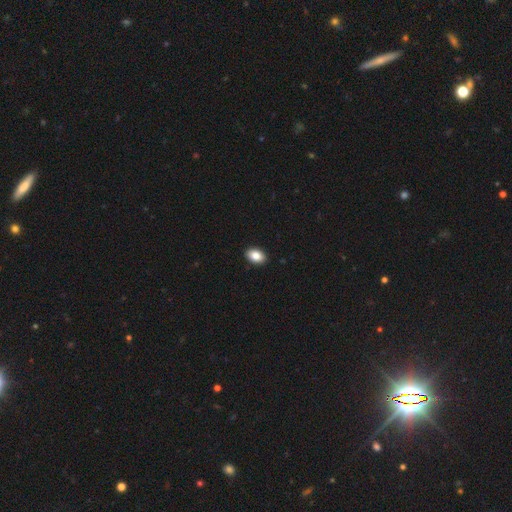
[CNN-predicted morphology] Smooth or featured: smooth — 87% (star or artifact — 8%)
How rounded: in between — 88% (round — 11%)
Merging: none — 91% (minor disturbance — 6%)